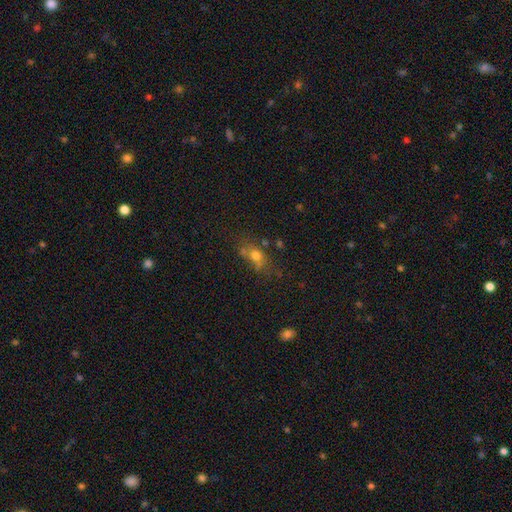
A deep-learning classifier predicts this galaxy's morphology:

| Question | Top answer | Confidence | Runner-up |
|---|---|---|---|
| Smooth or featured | smooth | 63% | featured or disk (19%) |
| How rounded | in between | 51% | round (41%) |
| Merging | none | 53% | minor disturbance (19%) |